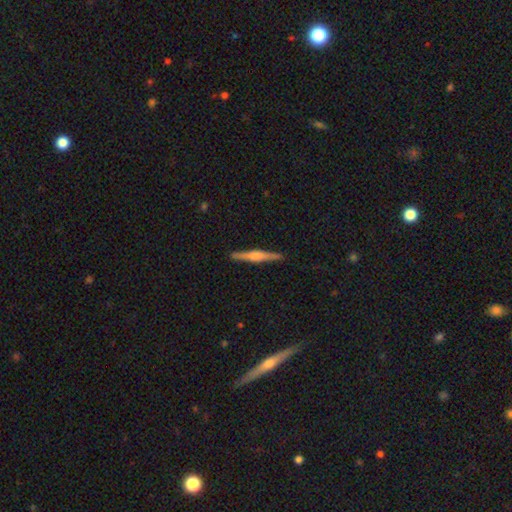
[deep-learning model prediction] Q: Smooth or featured?
A: featured or disk (67%); runner-up: smooth (27%)
Q: Edge-on disk?
A: yes (98%); runner-up: no (2%)
Q: Edge-on bulge?
A: rounded (69%); runner-up: boxy (21%)
Q: Merging?
A: none (91%); runner-up: minor disturbance (6%)